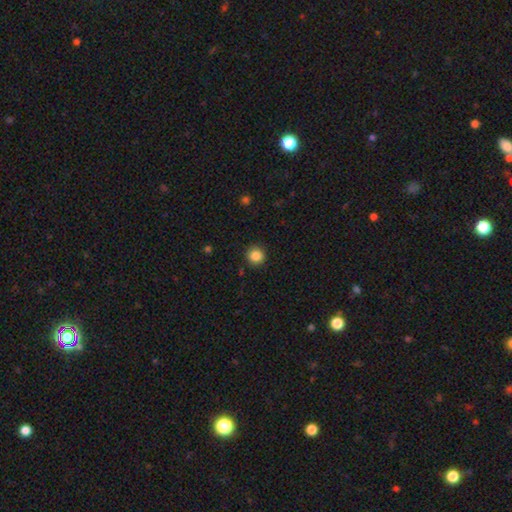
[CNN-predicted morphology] A smooth galaxy with no disk features (86%) that is round (93%). Merging: none (90%).